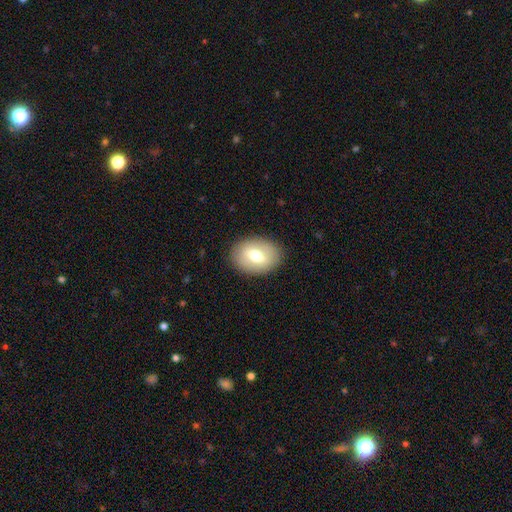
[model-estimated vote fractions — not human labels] smooth_or_featured: smooth (p=0.61) [alt: featured or disk p=0.32]
how_rounded: in between (p=0.76) [alt: round p=0.22]
merging: none (p=0.87) [alt: minor disturbance p=0.09]